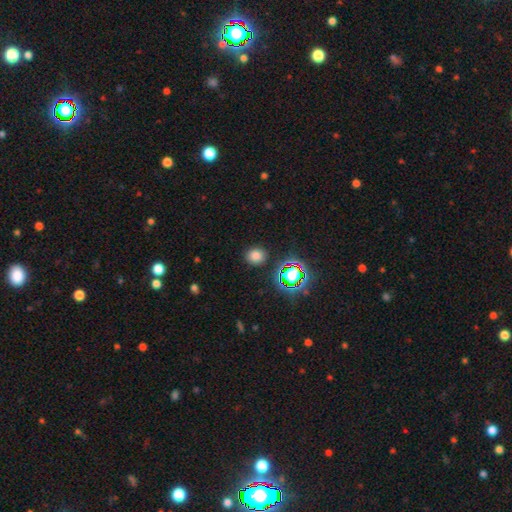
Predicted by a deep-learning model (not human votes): smooth-or-featured: smooth: 74% | star or artifact: 20% | featured or disk: 6%
  how-rounded: round: 78% | in between: 21% | cigar-shaped: 1%
  merging: none: 88% | minor disturbance: 8% | major disturbance: 3% | merger: 2%